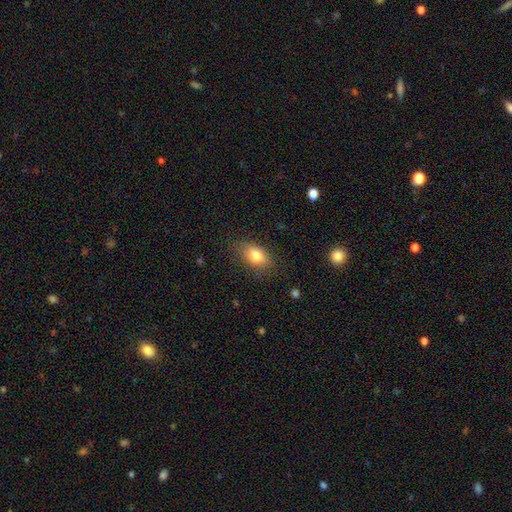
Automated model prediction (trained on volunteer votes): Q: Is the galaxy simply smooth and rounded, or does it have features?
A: smooth — 80%.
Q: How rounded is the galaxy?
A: in between — 87%.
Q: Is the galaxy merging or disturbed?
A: none — 80%.